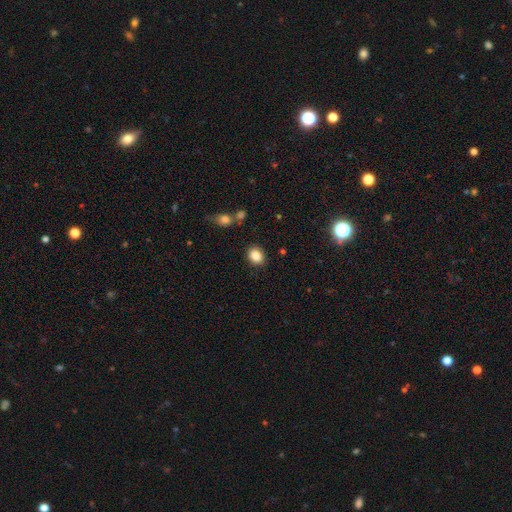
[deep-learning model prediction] Smooth or featured: smooth — 86% (star or artifact — 9%)
How rounded: in between — 54% (round — 45%)
Merging: none — 86% (minor disturbance — 9%)